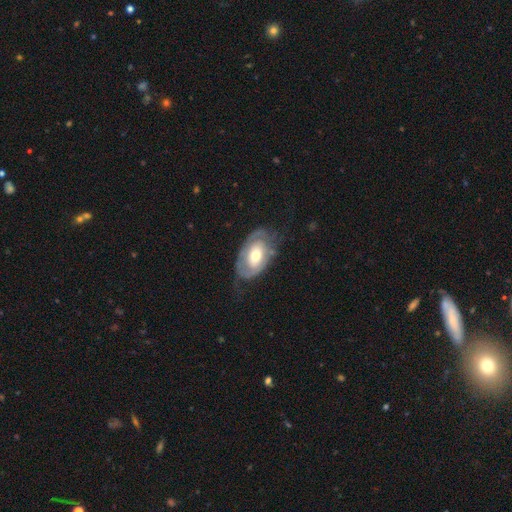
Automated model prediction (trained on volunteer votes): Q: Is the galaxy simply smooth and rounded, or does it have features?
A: featured or disk — 68%.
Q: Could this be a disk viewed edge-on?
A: no — 94%.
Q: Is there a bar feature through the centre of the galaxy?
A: no — 71%.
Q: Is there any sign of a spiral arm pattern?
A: yes — 71%.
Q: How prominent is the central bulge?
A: moderate — 66%.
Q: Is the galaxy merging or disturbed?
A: none — 57%.